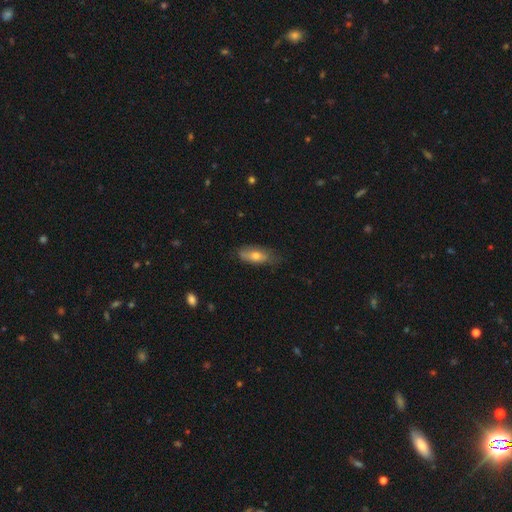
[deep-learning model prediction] Smooth or featured? Predicted: smooth (p=0.68). How rounded? Predicted: in between (p=0.76). Merging? Predicted: none (p=0.67).